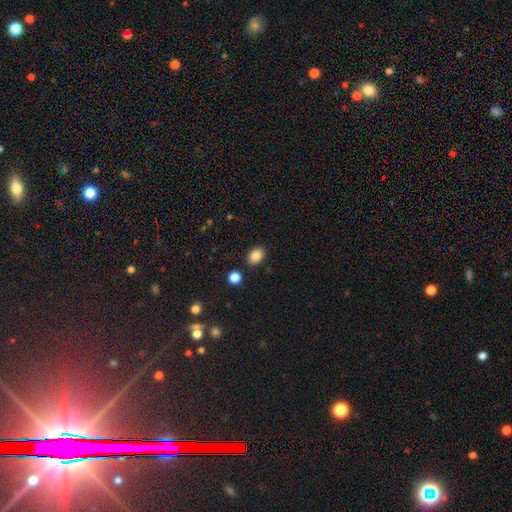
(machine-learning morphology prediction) smooth 86%, star or artifact 10%, featured or disk 4%. Down the decision tree: how rounded — in between (67%); merging — none (87%).